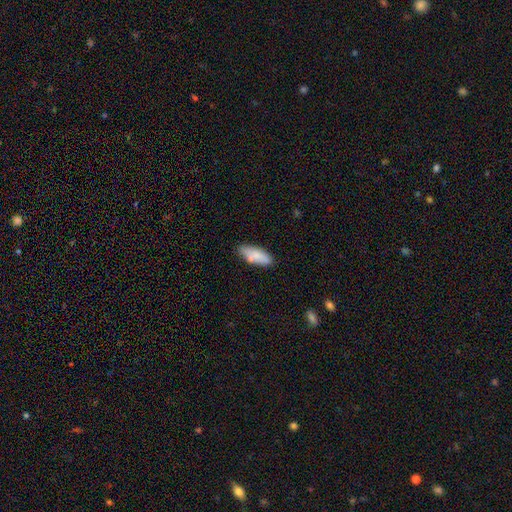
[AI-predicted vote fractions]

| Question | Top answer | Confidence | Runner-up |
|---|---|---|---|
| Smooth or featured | smooth | 79% | featured or disk (15%) |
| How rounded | in between | 70% | cigar-shaped (28%) |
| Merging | none | 72% | minor disturbance (17%) |